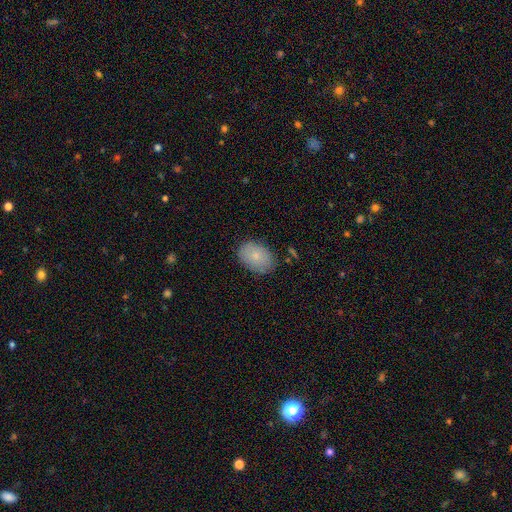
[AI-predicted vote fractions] smooth-or-featured: smooth: 80% | featured or disk: 13% | star or artifact: 7%
  how-rounded: in between: 83% | round: 16% | cigar-shaped: 1%
  merging: none: 81% | minor disturbance: 15% | major disturbance: 3% | merger: 2%